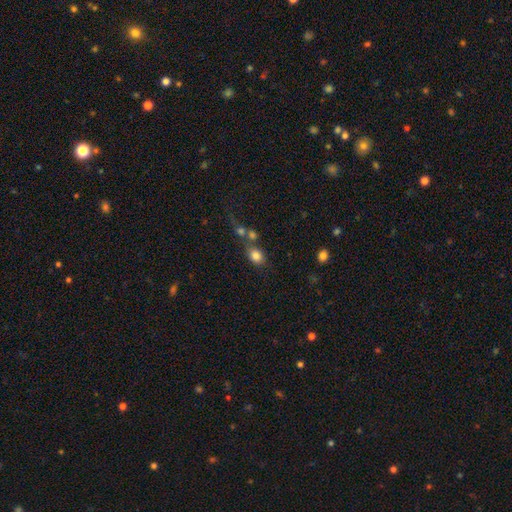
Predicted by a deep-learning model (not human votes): smooth_or_featured: smooth (p=0.82) [alt: star or artifact p=0.10]
how_rounded: in between (p=0.60) [alt: round p=0.39]
merging: none (p=0.54) [alt: merger p=0.28]